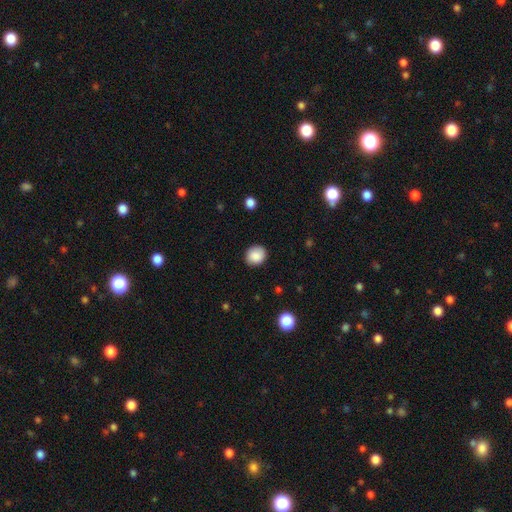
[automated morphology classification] A smooth galaxy with no disk features (88%) that is round (78%). Merging: none (88%).